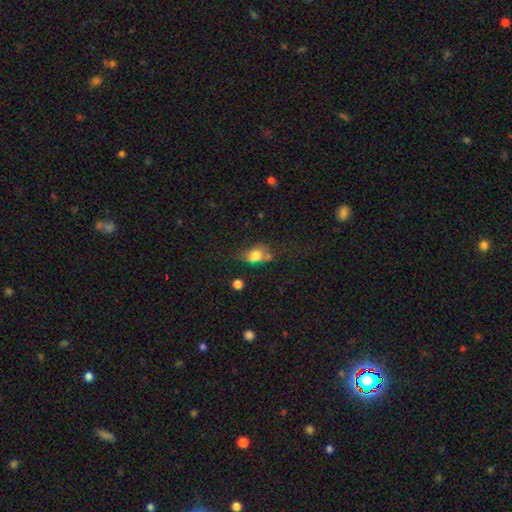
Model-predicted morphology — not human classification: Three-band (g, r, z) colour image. It shows a smooth galaxy with no disk features (72%) that is in between round and cigar-shaped (67%). Merging: none (40%).